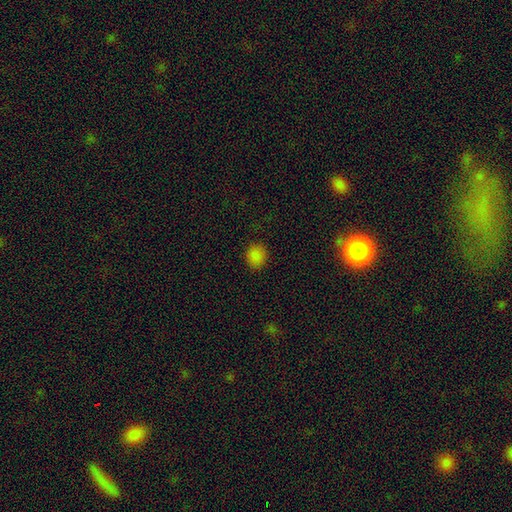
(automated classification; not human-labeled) smooth_or_featured: smooth (p=0.84) [alt: star or artifact p=0.13]
how_rounded: round (p=0.75) [alt: in between p=0.24]
merging: none (p=0.88) [alt: minor disturbance p=0.08]